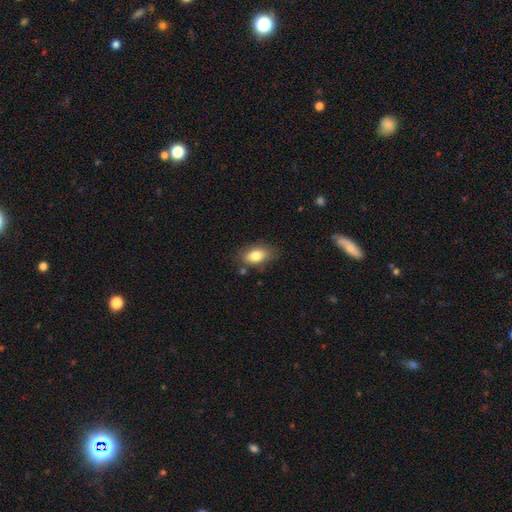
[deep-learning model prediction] smooth_or_featured: smooth (p=0.80) [alt: featured or disk p=0.12]
how_rounded: in between (p=0.88) [alt: round p=0.09]
merging: none (p=0.77) [alt: minor disturbance p=0.16]